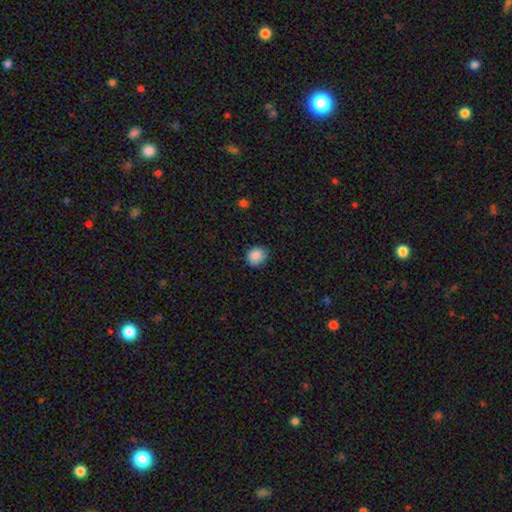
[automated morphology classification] Smooth or featured? Predicted: smooth (p=0.88). How rounded? Predicted: round (p=0.70). Merging? Predicted: none (p=0.84).